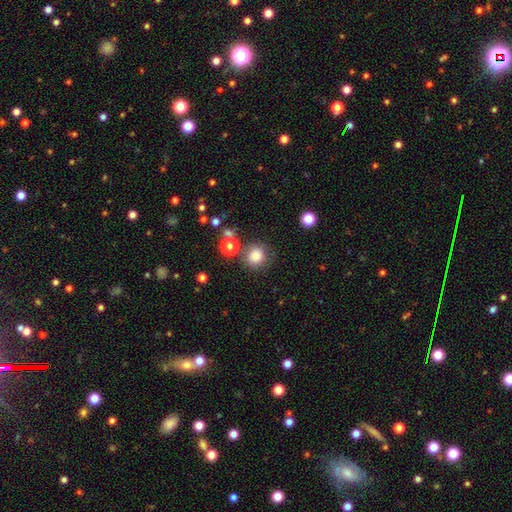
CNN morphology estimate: Smooth or featured: smooth — 79% (star or artifact — 13%)
How rounded: round — 90% (in between — 9%)
Merging: none — 76% (minor disturbance — 11%)